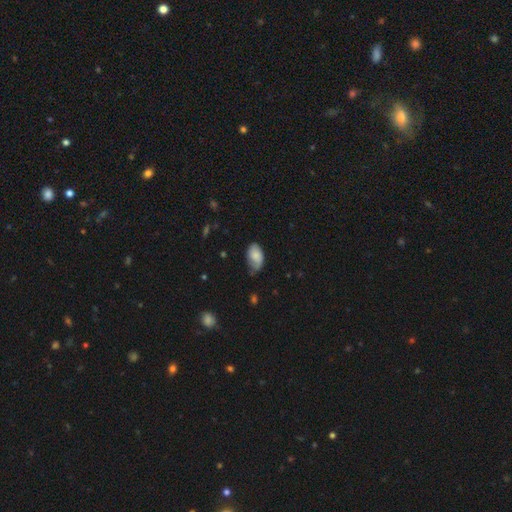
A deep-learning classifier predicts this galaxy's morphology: Smooth or featured?
  - smooth: 79% *
  - featured or disk: 14%
  - star or artifact: 7%
How rounded?
  - in between: 93% *
  - round: 6%
  - cigar-shaped: 2%
Merging?
  - none: 51% *
  - minor disturbance: 38%
  - major disturbance: 9%
  - merger: 2%